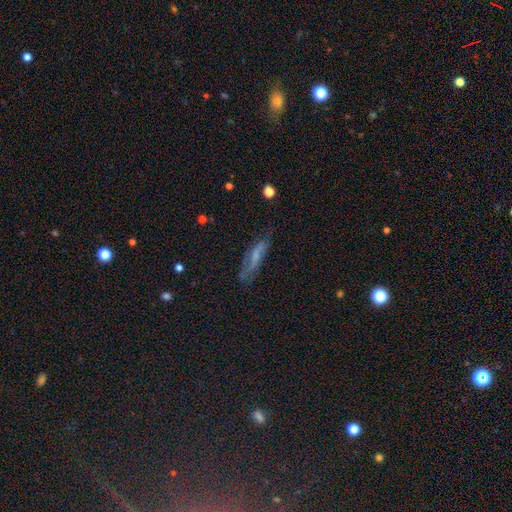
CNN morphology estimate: featured or disk 51%, smooth 38%, star or artifact 11%. Down the decision tree: edge-on disk — no (65%); merging — none (64%).